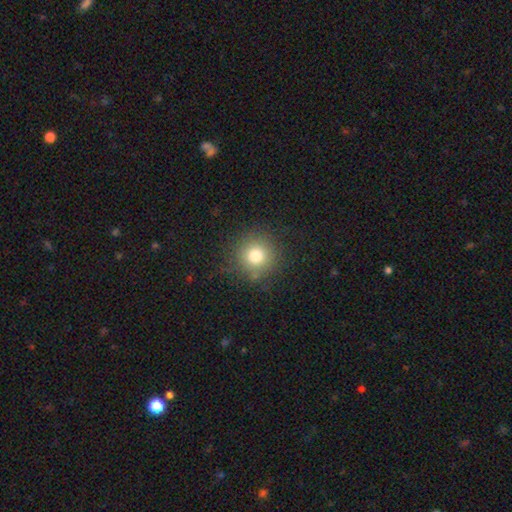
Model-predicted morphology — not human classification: A smooth galaxy with no disk features (76%) that is round (94%).

Vote fractions:
- Smooth or featured? smooth: 76% / star or artifact: 14% / featured or disk: 10%
- How rounded? round: 94% / in between: 5% / cigar-shaped: 1%
- Merging? none: 84% / minor disturbance: 10% / major disturbance: 4% / merger: 2%